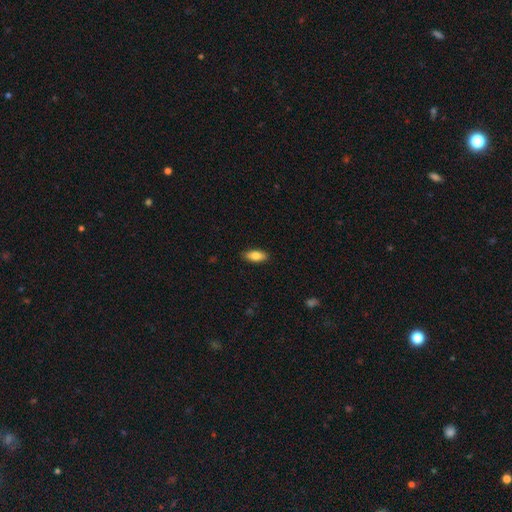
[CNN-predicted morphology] smooth 81%, featured or disk 12%, star or artifact 7%. Down the decision tree: how rounded — in between (86%); merging — none (89%).